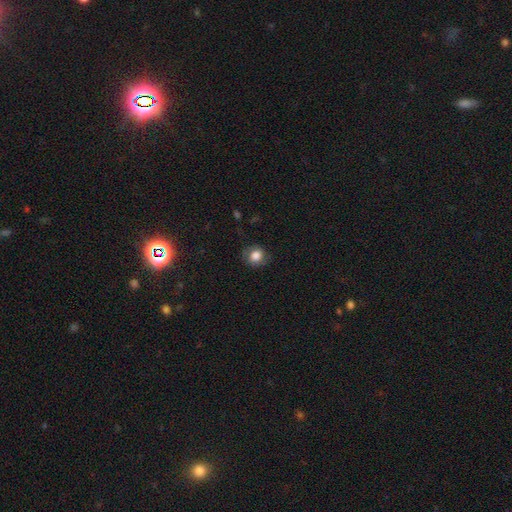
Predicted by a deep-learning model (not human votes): Morphology: type=smooth (80%); roundness=round (77%); merging=none (76%).